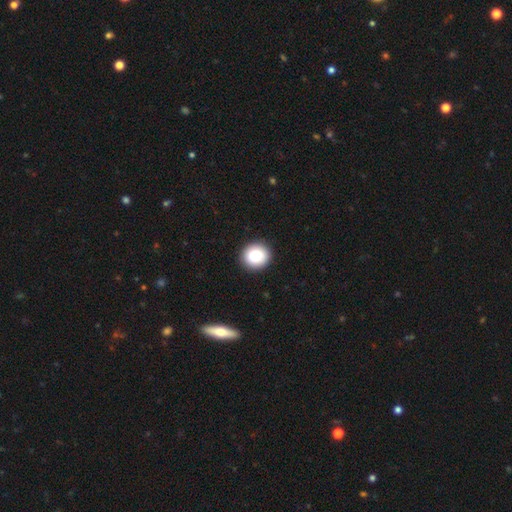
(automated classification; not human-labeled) smooth 81%, featured or disk 10%, star or artifact 9%. Down the decision tree: how rounded — round (89%); merging — none (92%).